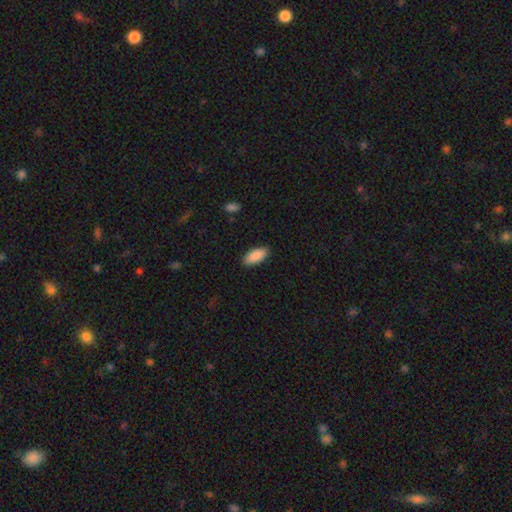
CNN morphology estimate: This appears to be a smooth galaxy with no disk features (91%) that is in between round and cigar-shaped (89%). Merging: none (88%).